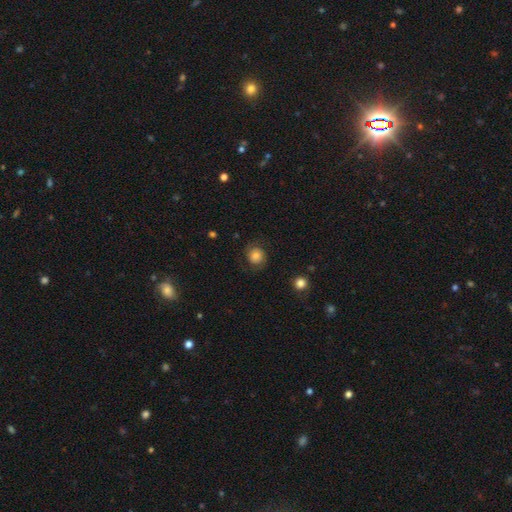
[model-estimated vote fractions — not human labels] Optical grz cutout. It shows a smooth galaxy with no disk features (57%) that is round (83%). Merging: none (77%).